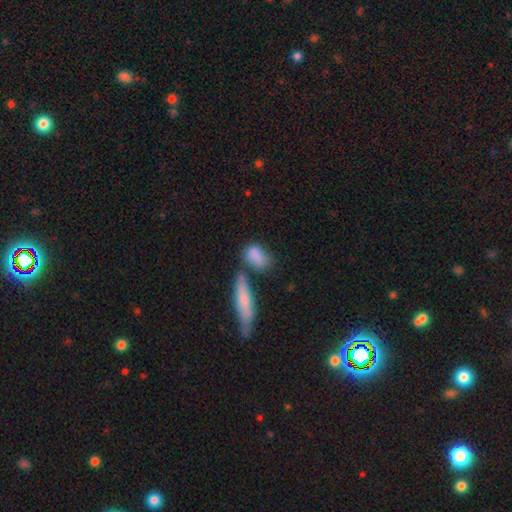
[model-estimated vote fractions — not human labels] smooth 81%, featured or disk 11%, star or artifact 8%. Down the decision tree: how rounded — in between (72%); merging — none (47%).